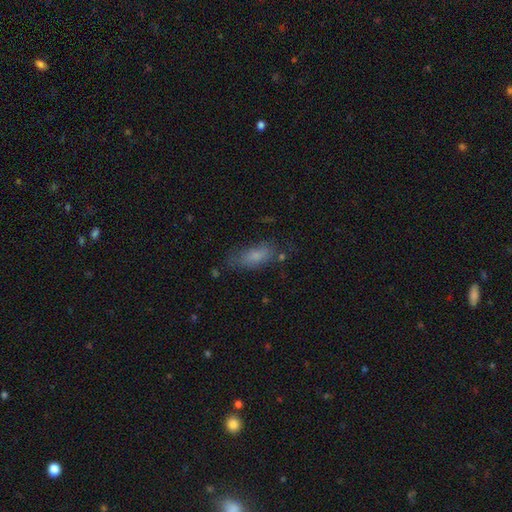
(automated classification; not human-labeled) This is likely a smooth galaxy (75%). How rounded: likely in between (70%). Merging: likely none (63%).